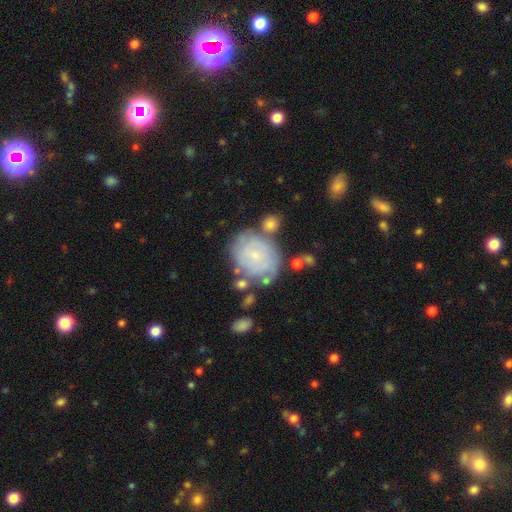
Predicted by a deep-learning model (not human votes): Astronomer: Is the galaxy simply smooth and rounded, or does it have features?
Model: featured or disk — 51% (runner-up: smooth, 41%).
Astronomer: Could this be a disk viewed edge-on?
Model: no — 97%.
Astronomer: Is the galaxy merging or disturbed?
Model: none — 62%.